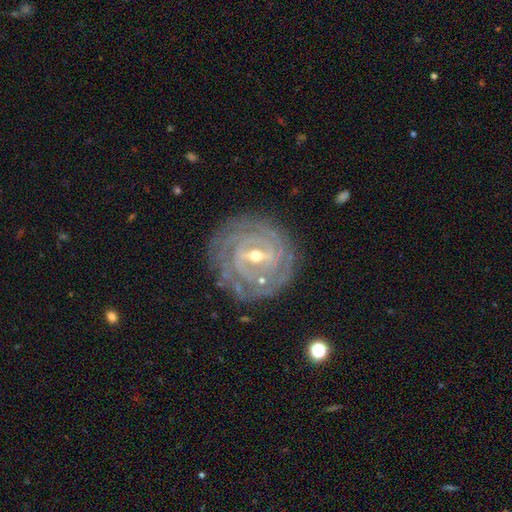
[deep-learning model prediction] This appears to be a featured or disk galaxy (90%) with a weak bar (44%), tight (85%) spiral arms (97%) and a small central bulge (52%). Merging: none (82%).